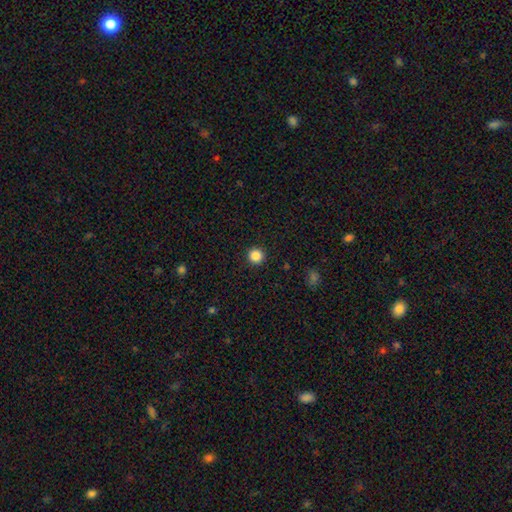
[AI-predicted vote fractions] This is clearly a smooth galaxy (86%). How rounded: clearly round (96%). Merging: clearly none (93%).